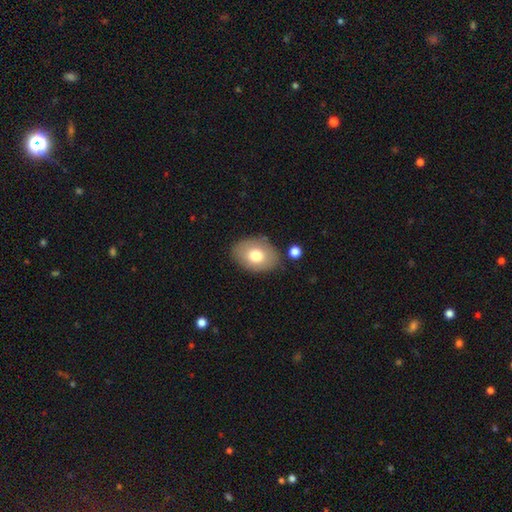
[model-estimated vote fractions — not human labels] A smooth galaxy with no disk features (73%) that is in between round and cigar-shaped (77%).

Vote fractions:
- Smooth or featured? smooth: 73% / featured or disk: 20% / star or artifact: 7%
- How rounded? in between: 77% / round: 22% / cigar-shaped: 1%
- Merging? none: 79% / minor disturbance: 13% / merger: 4% / major disturbance: 4%